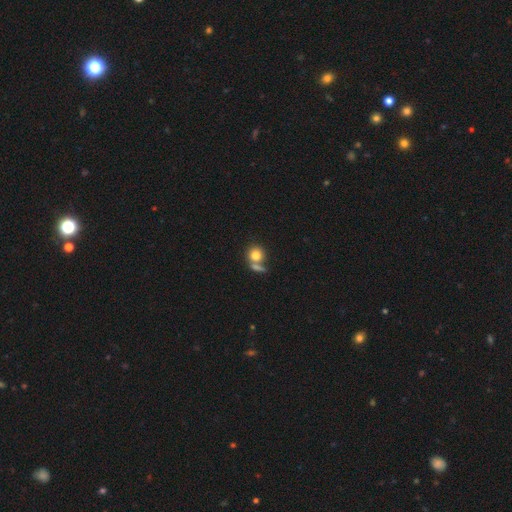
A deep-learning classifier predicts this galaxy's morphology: smooth 78%, featured or disk 12%, star or artifact 10%. Down the decision tree: how rounded — round (84%); merging — none (48%).